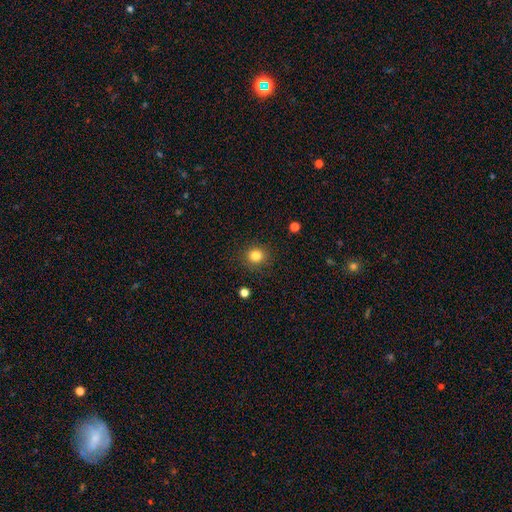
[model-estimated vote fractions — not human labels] This is clearly a smooth galaxy (83%). How rounded: clearly round (88%). Merging: clearly none (89%).